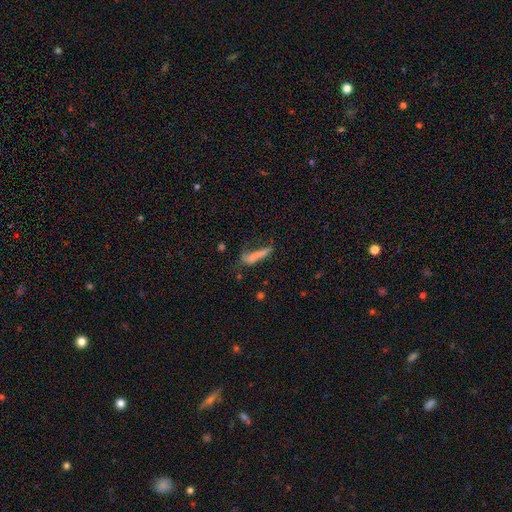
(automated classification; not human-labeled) Smooth or featured?
  - smooth: 64% *
  - featured or disk: 24%
  - star or artifact: 11%
How rounded?
  - cigar-shaped: 80% *
  - in between: 18%
  - round: 2%
Merging?
  - none: 38% *
  - major disturbance: 27%
  - minor disturbance: 24%
  - merger: 12%